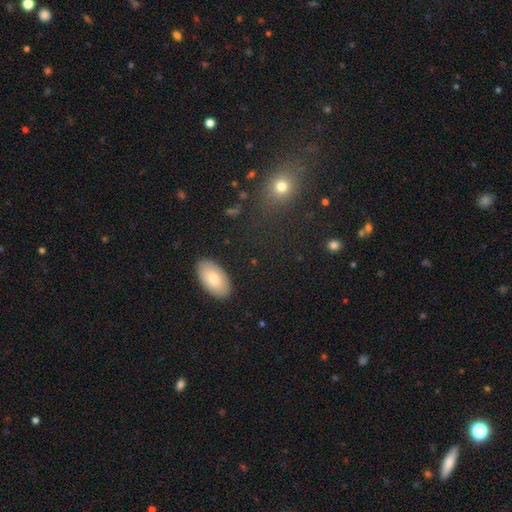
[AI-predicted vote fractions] Smooth or featured: smooth — 56% (star or artifact — 30%)
How rounded: in between — 76% (round — 18%)
Merging: none — 78% (minor disturbance — 12%)